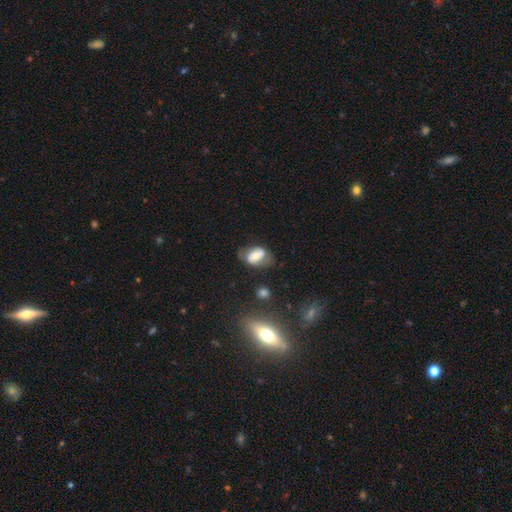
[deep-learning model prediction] Morphology: type=smooth (49%); merging=none (61%).